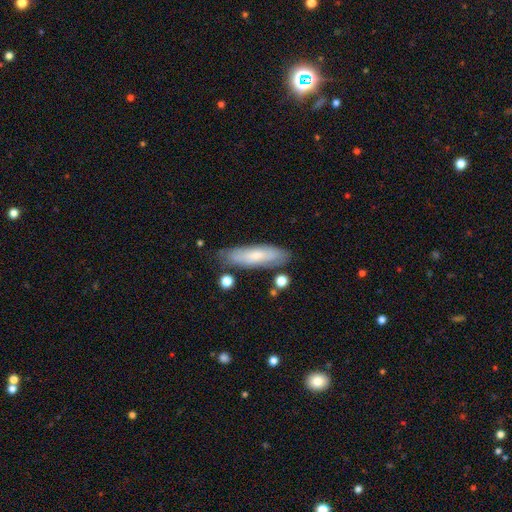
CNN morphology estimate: Smooth or featured?
  - smooth: 65% *
  - featured or disk: 28%
  - star or artifact: 6%
How rounded?
  - cigar-shaped: 56% *
  - in between: 42%
  - round: 2%
Merging?
  - none: 77% *
  - minor disturbance: 16%
  - merger: 4%
  - major disturbance: 3%